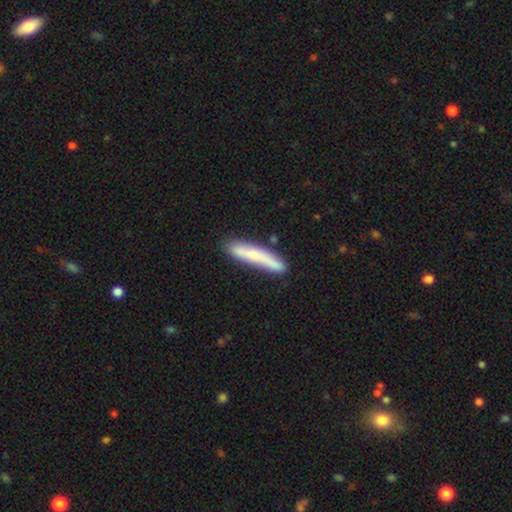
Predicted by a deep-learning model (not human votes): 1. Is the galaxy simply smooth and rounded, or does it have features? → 66% smooth, 28% featured or disk, 6% star or artifact.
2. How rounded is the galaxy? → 92% cigar-shaped, 7% in between, 1% round.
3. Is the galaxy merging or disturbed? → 77% none, 16% minor disturbance, 3% merger, 3% major disturbance.